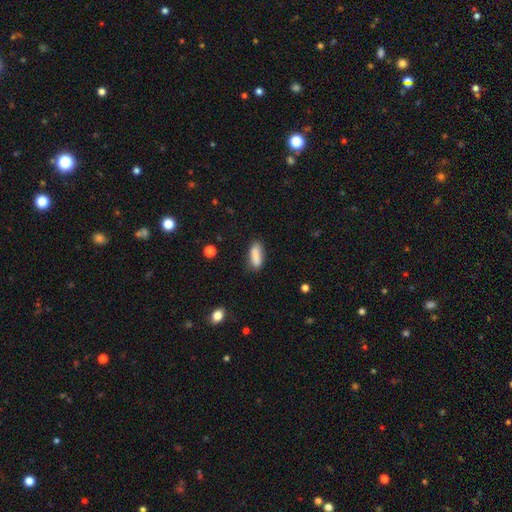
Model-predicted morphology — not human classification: This is clearly a smooth galaxy (85%). How rounded: likely in between (63%). Merging: likely none (79%).